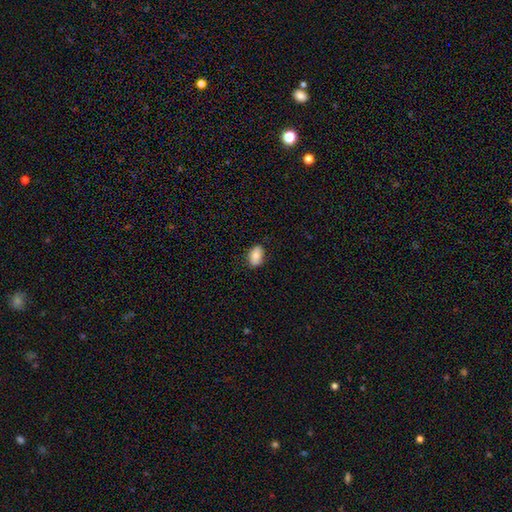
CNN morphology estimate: Smooth or featured? Predicted: smooth (p=0.78). How rounded? Predicted: in between (p=0.84). Merging? Predicted: none (p=0.83).